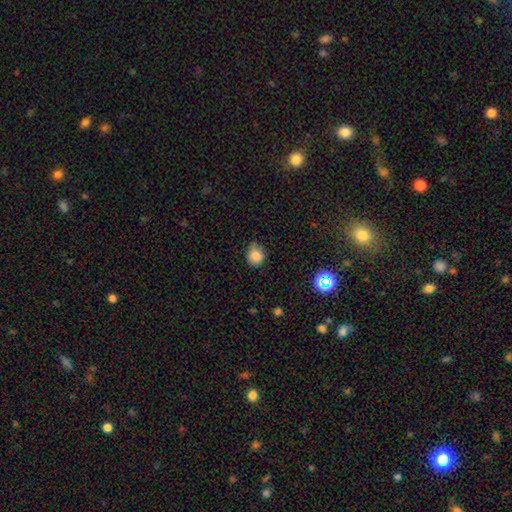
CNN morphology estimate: A smooth galaxy with no disk features (84%) that is round (72%).

Vote fractions:
- Smooth or featured? smooth: 84% / star or artifact: 11% / featured or disk: 5%
- How rounded? round: 72% / in between: 27% / cigar-shaped: 1%
- Merging? none: 67% / minor disturbance: 27% / major disturbance: 4% / merger: 2%